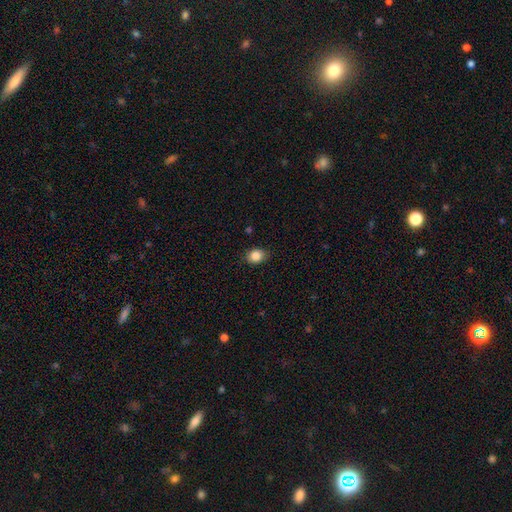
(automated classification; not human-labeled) Smooth or featured: smooth — 85% (star or artifact — 9%)
How rounded: in between — 50% (round — 49%)
Merging: none — 84% (minor disturbance — 13%)